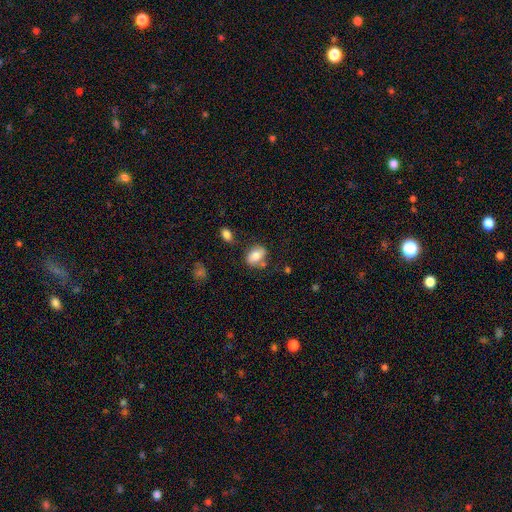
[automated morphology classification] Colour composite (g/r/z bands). It shows a smooth galaxy with no disk features (76%) that is in between round and cigar-shaped (76%). Merging: none (63%).